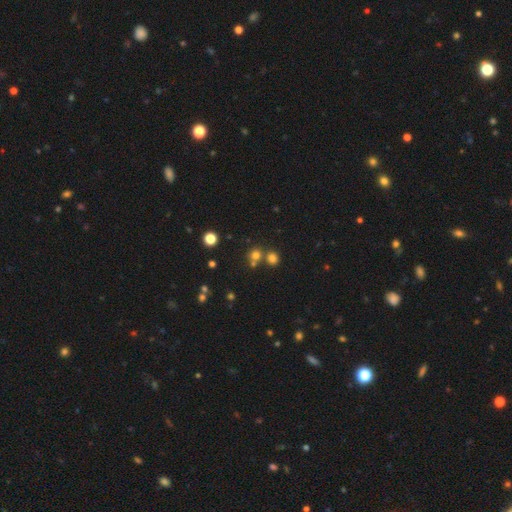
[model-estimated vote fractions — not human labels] Smooth or featured? smooth (71%)
How rounded? round (89%)
Merging? none (65%)